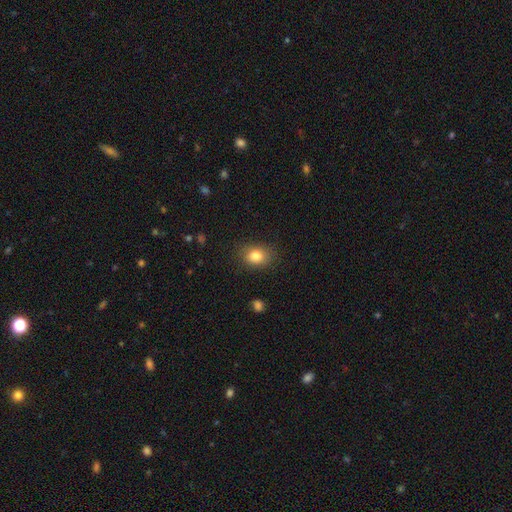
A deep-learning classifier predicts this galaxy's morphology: Smooth or featured?
  - smooth: 82% *
  - star or artifact: 10%
  - featured or disk: 8%
How rounded?
  - in between: 60% *
  - round: 39%
  - cigar-shaped: 1%
Merging?
  - none: 81% *
  - minor disturbance: 14%
  - major disturbance: 4%
  - merger: 1%